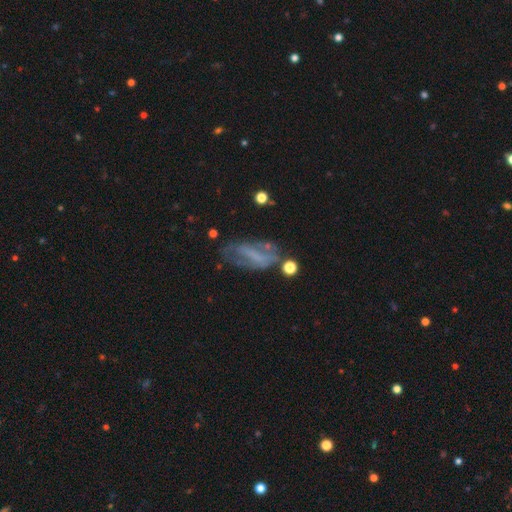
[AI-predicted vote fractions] featured or disk 54%, smooth 32%, star or artifact 13%. Down the decision tree: edge-on disk — no (88%); merging — none (43%).